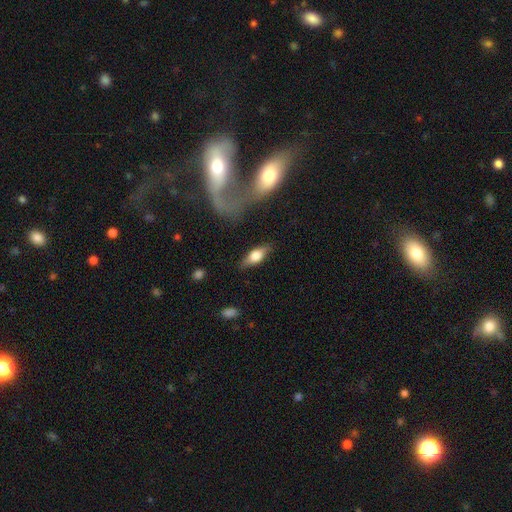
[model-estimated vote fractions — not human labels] Smooth or featured?
  - smooth: 56% *
  - featured or disk: 38%
  - star or artifact: 6%
How rounded?
  - in between: 69% *
  - cigar-shaped: 27%
  - round: 4%
Merging?
  - none: 83% *
  - minor disturbance: 12%
  - major disturbance: 3%
  - merger: 2%